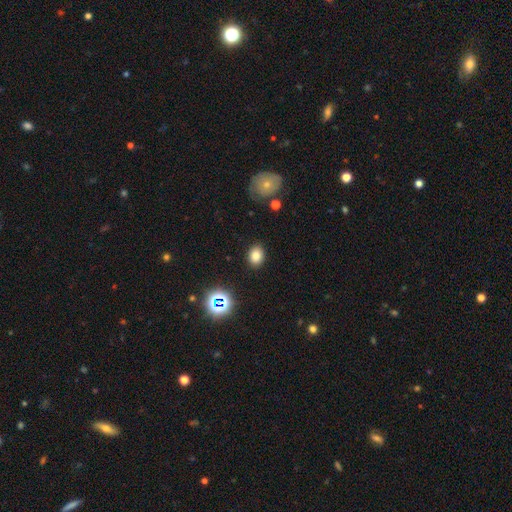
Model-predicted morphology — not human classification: type=smooth (79%); roundness=in between (61%); merging=none (87%).